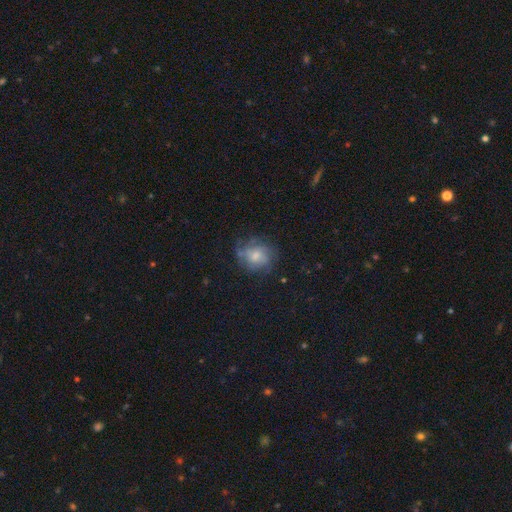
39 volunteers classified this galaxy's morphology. This appears to be a featured or disk galaxy (79%) with no bar (52%), tight (52%) spiral arms (87%) and a moderate central bulge (52%). Merging: none (66%).